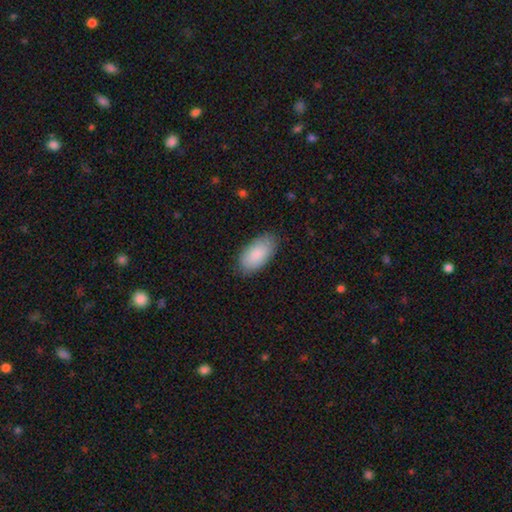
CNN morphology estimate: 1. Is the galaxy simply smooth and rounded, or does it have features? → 87% smooth, 7% featured or disk, 6% star or artifact.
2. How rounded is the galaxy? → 95% in between, 3% cigar-shaped, 2% round.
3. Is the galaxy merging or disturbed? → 83% none, 13% minor disturbance, 3% major disturbance, 1% merger.